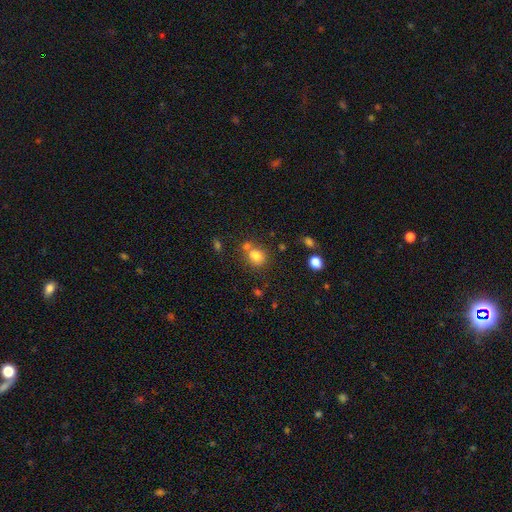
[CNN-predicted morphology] Overall: smooth (77%). How rounded: round (62%; in between 37%). Merging: none (51%; merger 31%).